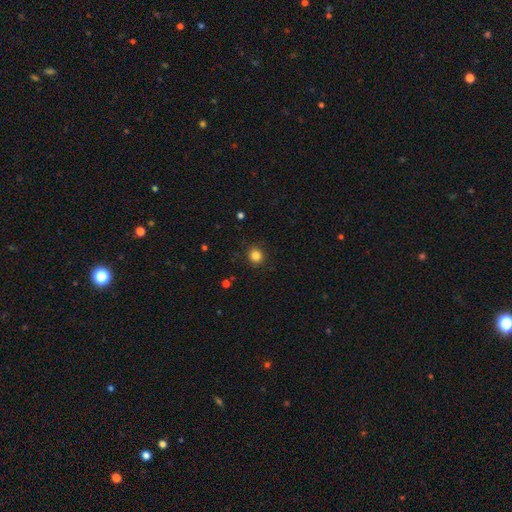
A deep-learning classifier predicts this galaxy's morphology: A smooth galaxy with no disk features (84%) that is round (90%). Merging: none (91%).